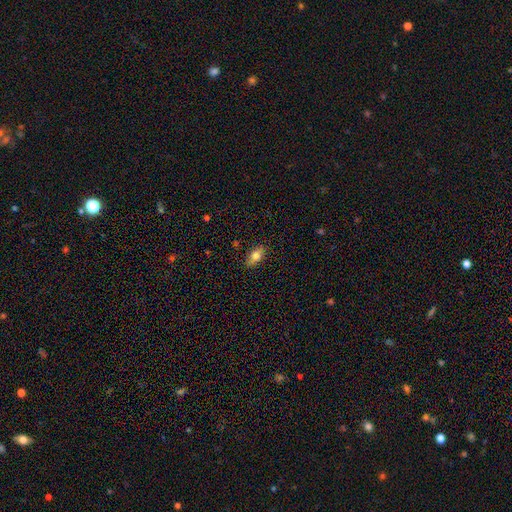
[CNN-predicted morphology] This is likely a smooth galaxy (72%). How rounded: clearly in between (82%). Merging: clearly none (83%).